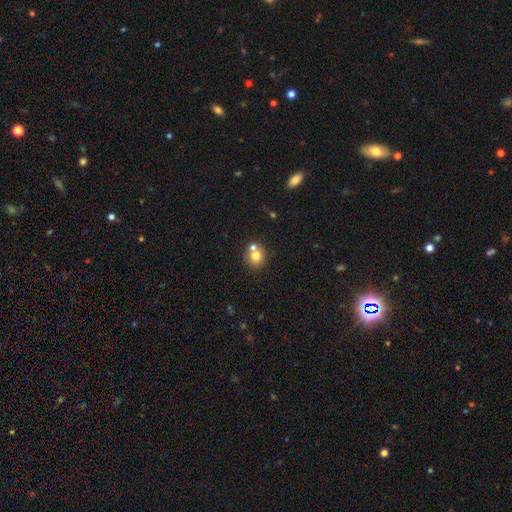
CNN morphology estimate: smooth 74%, featured or disk 14%, star or artifact 12%. Down the decision tree: how rounded — round (82%); merging — none (50%).